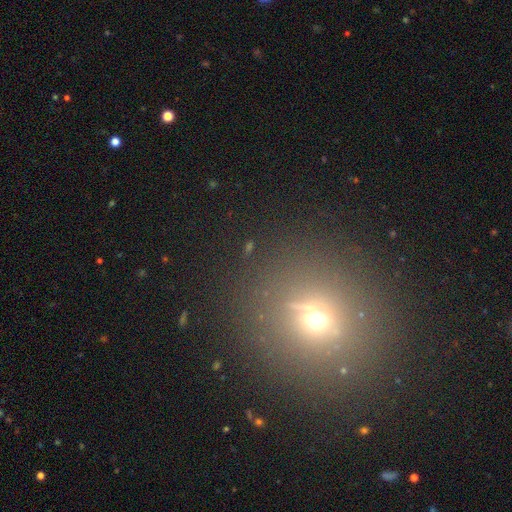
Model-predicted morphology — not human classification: Smooth or featured? smooth (52%)
How rounded? round (81%)
Merging? none (88%)